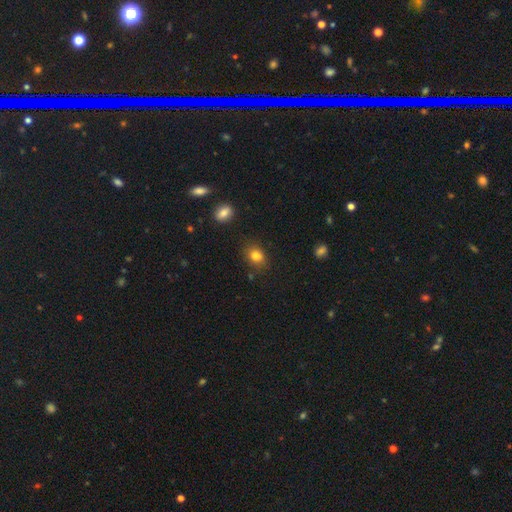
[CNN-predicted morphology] A smooth galaxy with no disk features (82%) that is in between round and cigar-shaped (57%). Merging: none (81%).